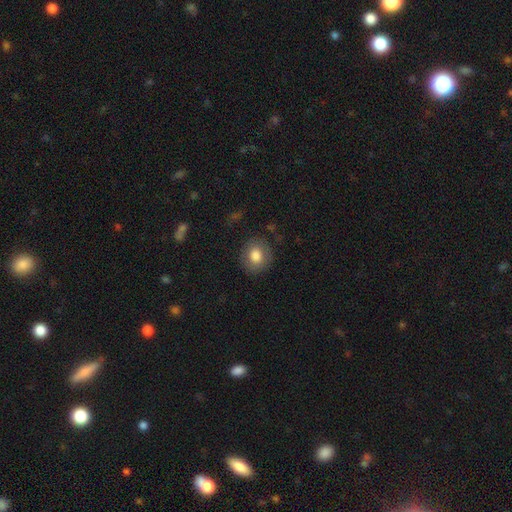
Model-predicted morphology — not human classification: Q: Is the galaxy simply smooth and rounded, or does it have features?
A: smooth — 80%.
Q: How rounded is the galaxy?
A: round — 78%.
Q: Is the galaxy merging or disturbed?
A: none — 85%.